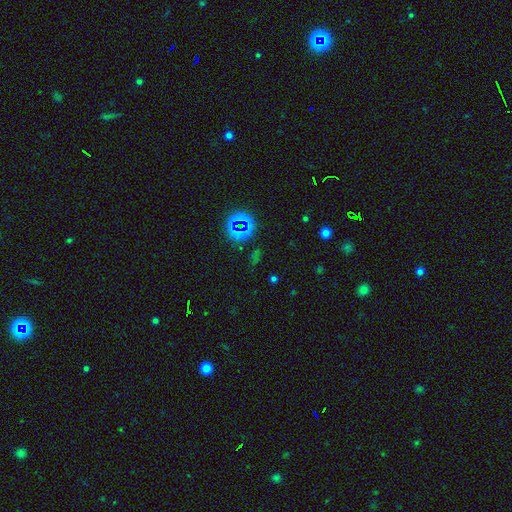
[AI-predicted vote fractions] This appears to be a star or artifact, not a galaxy (65%).